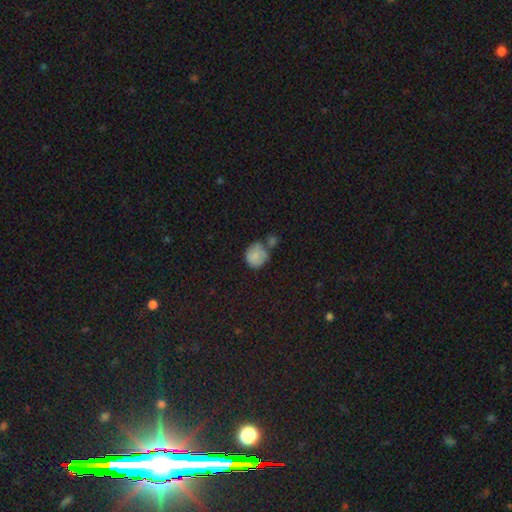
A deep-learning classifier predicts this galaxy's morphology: The model was most divided on "merging": none: 40%, merger: 27%, minor disturbance: 23%, major disturbance: 10%. More confident: how rounded — round (77%); smooth or featured — smooth (73%).